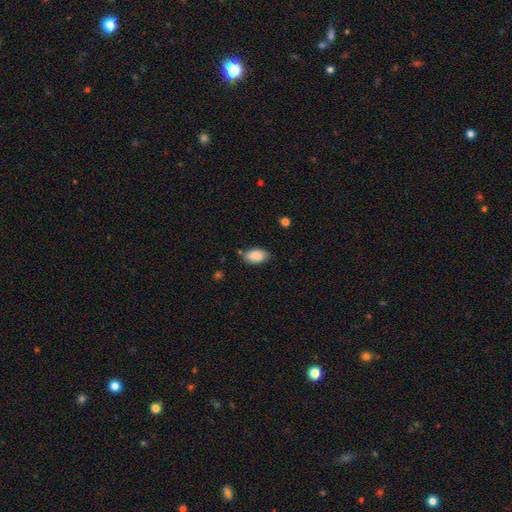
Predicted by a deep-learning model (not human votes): A smooth galaxy with no disk features (88%) that is in between round and cigar-shaped (93%).

Vote fractions:
- Smooth or featured? smooth: 88% / star or artifact: 7% / featured or disk: 6%
- How rounded? in between: 93% / round: 5% / cigar-shaped: 2%
- Merging? none: 79% / minor disturbance: 15% / major disturbance: 3% / merger: 3%